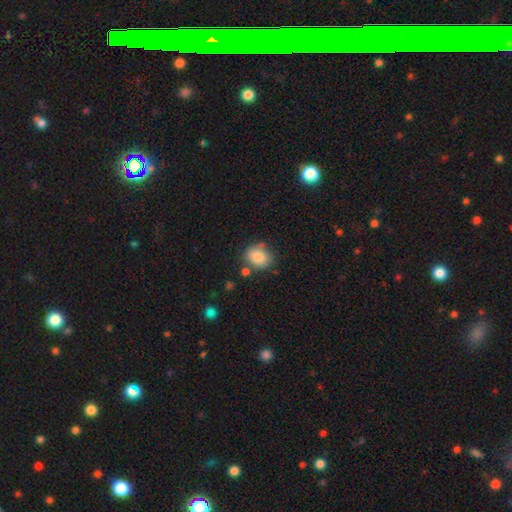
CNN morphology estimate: Smooth or featured?
  - smooth: 84% *
  - star or artifact: 9%
  - featured or disk: 8%
How rounded?
  - in between: 50% *
  - round: 49%
  - cigar-shaped: 1%
Merging?
  - none: 71% *
  - minor disturbance: 16%
  - merger: 9%
  - major disturbance: 4%